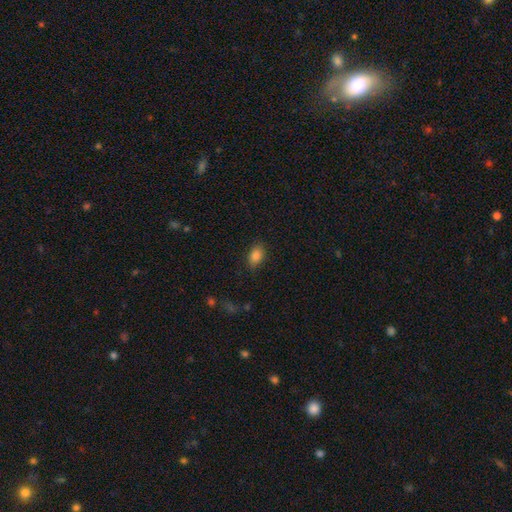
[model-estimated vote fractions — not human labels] Smooth or featured: smooth — 85% (star or artifact — 10%)
How rounded: in between — 84% (round — 14%)
Merging: none — 84% (minor disturbance — 12%)